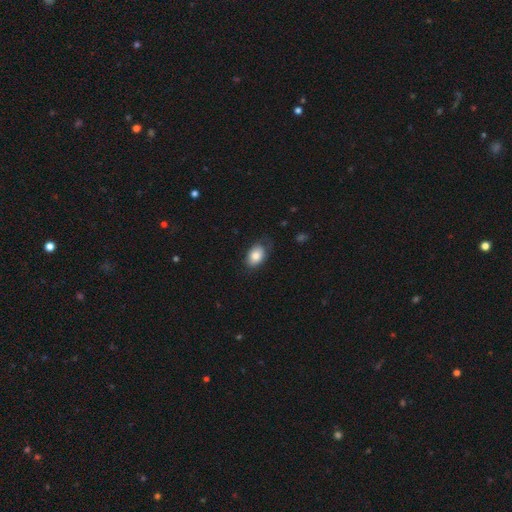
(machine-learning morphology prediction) smooth_or_featured: smooth (p=0.82) [alt: featured or disk p=0.11]
how_rounded: in between (p=0.88) [alt: round p=0.11]
merging: none (p=0.68) [alt: minor disturbance p=0.24]